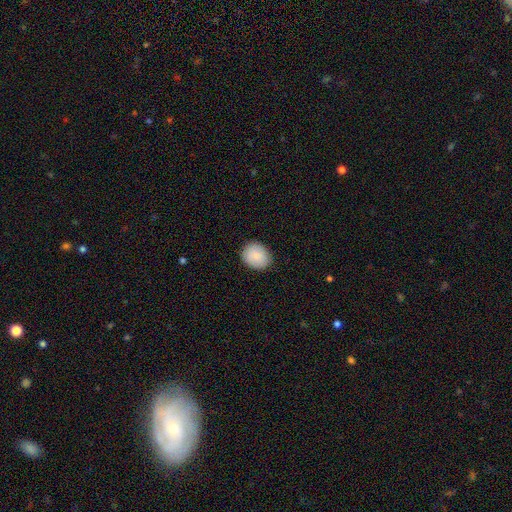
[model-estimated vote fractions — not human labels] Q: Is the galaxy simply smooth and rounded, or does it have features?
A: smooth — 87%.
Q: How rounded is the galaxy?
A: round — 61%.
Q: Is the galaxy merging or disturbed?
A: none — 86%.